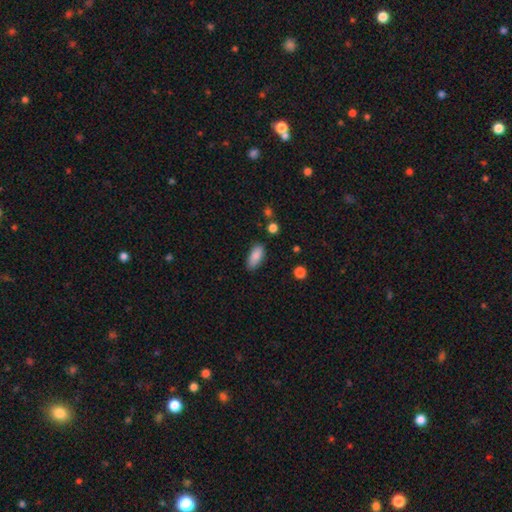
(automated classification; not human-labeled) smooth 87%, star or artifact 7%, featured or disk 6%. Down the decision tree: how rounded — in between (87%); merging — none (81%).